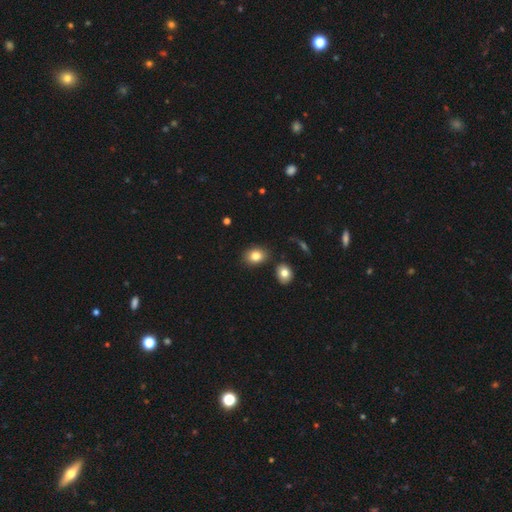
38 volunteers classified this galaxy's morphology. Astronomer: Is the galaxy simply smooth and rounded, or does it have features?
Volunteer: smooth — 84%.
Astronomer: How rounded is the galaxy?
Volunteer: in between — 69%.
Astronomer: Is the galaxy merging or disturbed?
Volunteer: none — 69%.